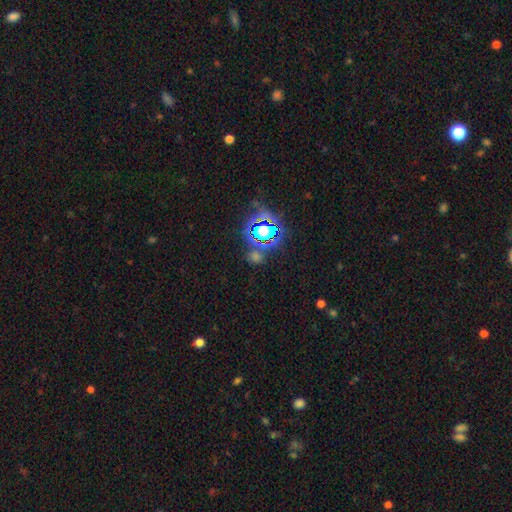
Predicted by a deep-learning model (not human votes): star or artifact 55%, smooth 36%, featured or disk 8%.